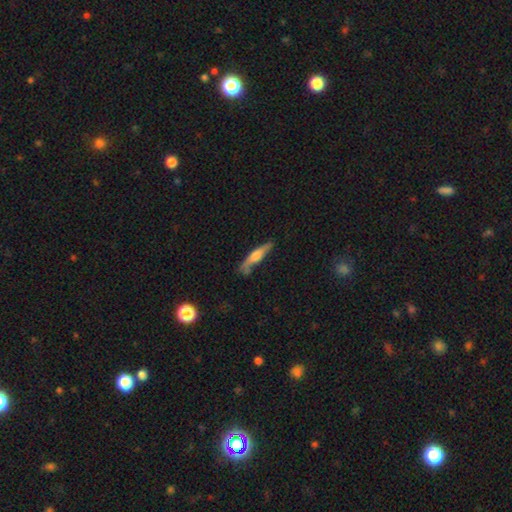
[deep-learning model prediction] smooth 48%, featured or disk 45%, star or artifact 6%. Down the decision tree: merging — none (67%).